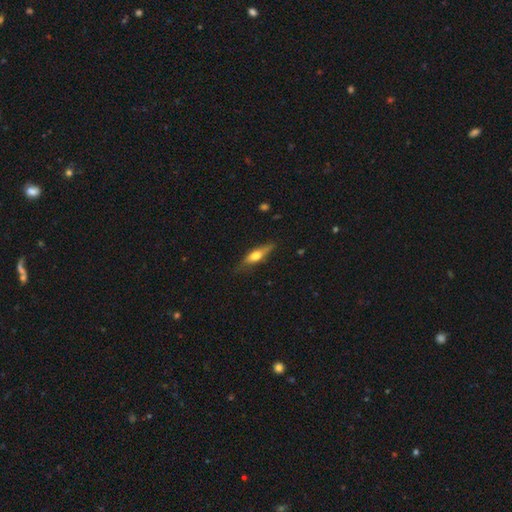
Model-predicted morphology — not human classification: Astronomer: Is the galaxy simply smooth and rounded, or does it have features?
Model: smooth — 50% (runner-up: featured or disk, 43%).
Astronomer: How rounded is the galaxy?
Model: cigar-shaped — 61% (runner-up: in between, 36%).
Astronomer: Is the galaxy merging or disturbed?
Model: none — 74%.